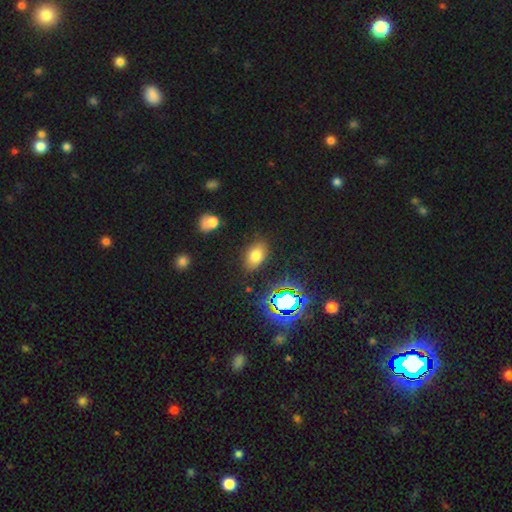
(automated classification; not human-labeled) A smooth galaxy with no disk features (71%) that is in between round and cigar-shaped (86%). Merging: none (82%).